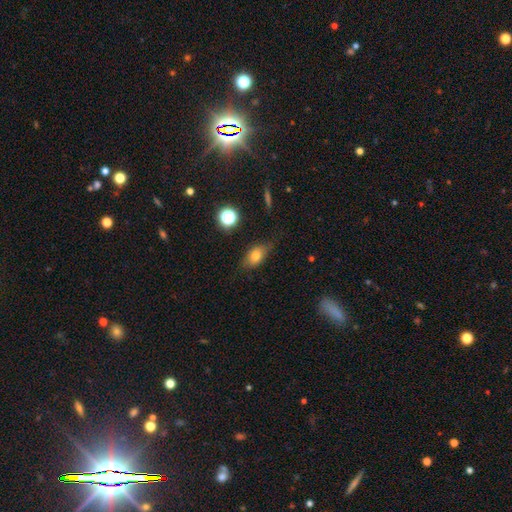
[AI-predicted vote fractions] This appears to be a smooth galaxy with no disk features (75%) that is in between round and cigar-shaped (81%). Merging: none (72%).